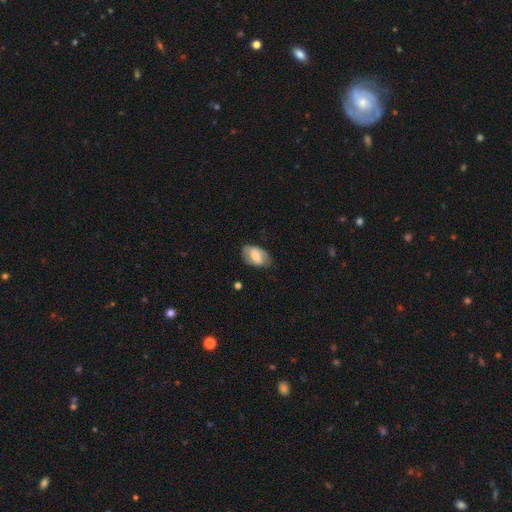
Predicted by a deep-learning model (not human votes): Smooth or featured? Predicted: smooth (p=0.47). Merging? Predicted: none (p=0.68).